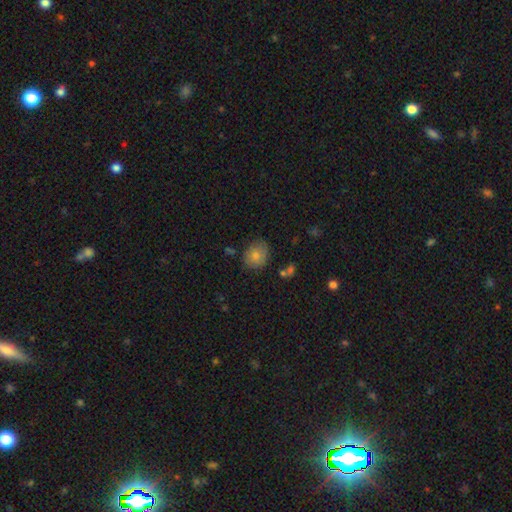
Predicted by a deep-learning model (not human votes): Smooth or featured: smooth — 76% (featured or disk — 13%)
How rounded: round — 63% (in between — 36%)
Merging: none — 75% (minor disturbance — 18%)